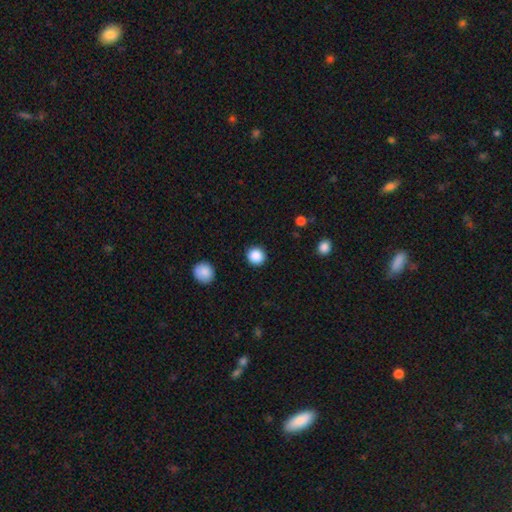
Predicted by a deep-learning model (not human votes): Smooth or featured? Predicted: smooth (p=0.88). How rounded? Predicted: round (p=0.94). Merging? Predicted: none (p=0.91).